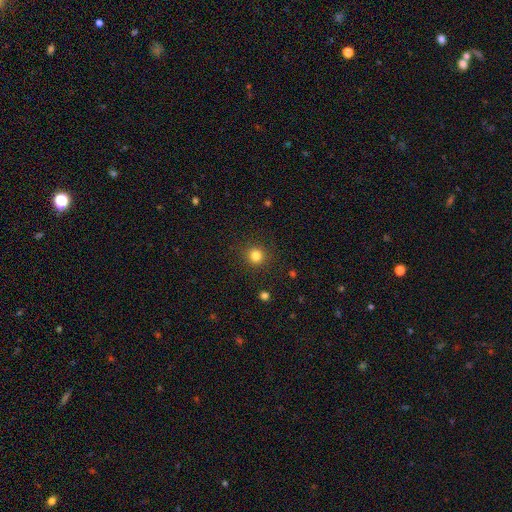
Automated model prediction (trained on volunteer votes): smooth 82%, star or artifact 13%, featured or disk 5%. Down the decision tree: how rounded — round (93%); merging — none (90%).